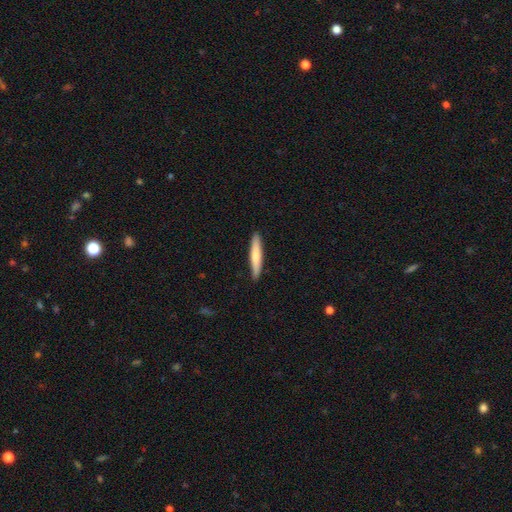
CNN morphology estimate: smooth-or-featured: smooth: 73% | featured or disk: 22% | star or artifact: 5%
  how-rounded: cigar-shaped: 93% | in between: 6% | round: 1%
  merging: none: 90% | minor disturbance: 8% | major disturbance: 1% | merger: 1%